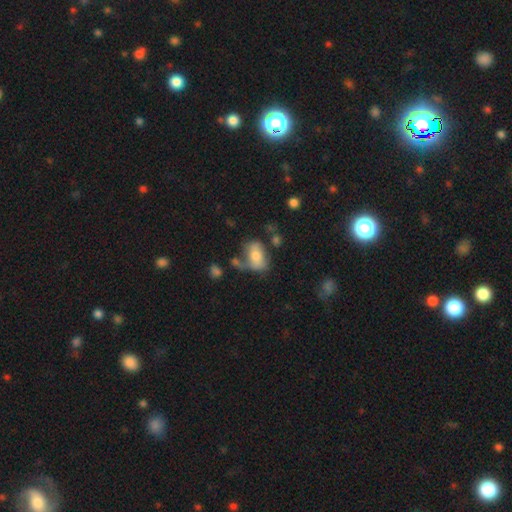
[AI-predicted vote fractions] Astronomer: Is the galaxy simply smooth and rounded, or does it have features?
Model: smooth — 61%.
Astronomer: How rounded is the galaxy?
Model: in between — 85%.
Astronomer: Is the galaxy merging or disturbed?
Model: none — 34% (runner-up: major disturbance, 24%).